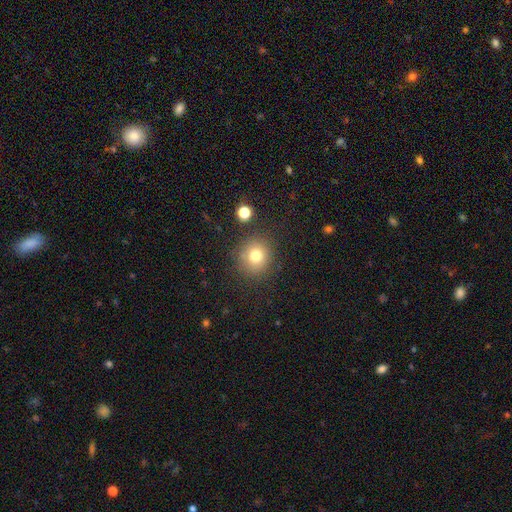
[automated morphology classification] A smooth galaxy with no disk features (76%) that is round (87%).

Vote fractions:
- Smooth or featured? smooth: 76% / star or artifact: 14% / featured or disk: 10%
- How rounded? round: 87% / in between: 12% / cigar-shaped: 1%
- Merging? none: 82% / minor disturbance: 10% / major disturbance: 4% / merger: 4%